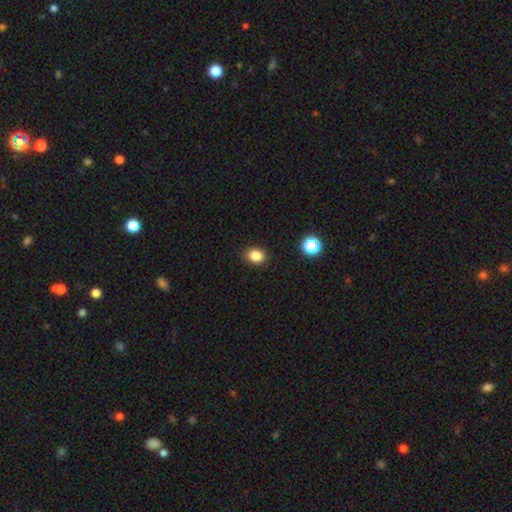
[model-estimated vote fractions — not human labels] Smooth or featured: smooth — 84% (star or artifact — 11%)
How rounded: in between — 61% (round — 38%)
Merging: none — 89% (minor disturbance — 7%)